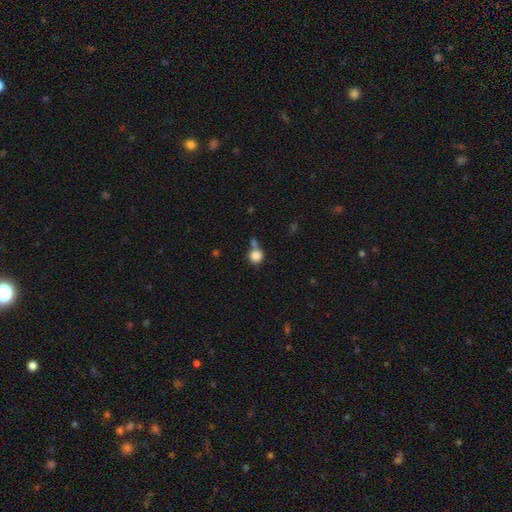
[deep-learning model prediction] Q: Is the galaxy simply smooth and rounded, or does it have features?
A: smooth — 84%.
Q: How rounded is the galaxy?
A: round — 90%.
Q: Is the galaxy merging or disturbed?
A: none — 53%.